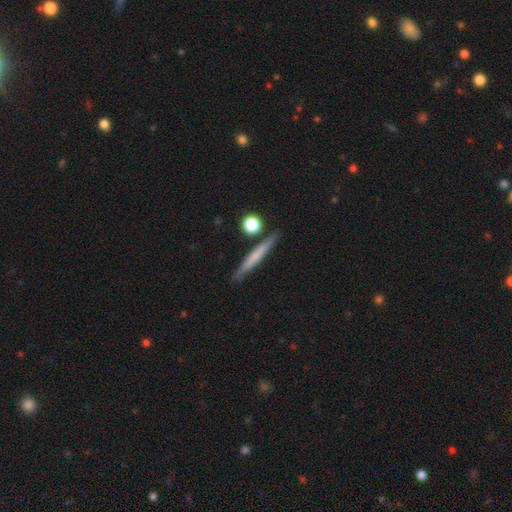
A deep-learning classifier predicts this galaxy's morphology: smooth 55%, featured or disk 38%, star or artifact 7%. Down the decision tree: how rounded — cigar-shaped (93%); merging — none (84%).